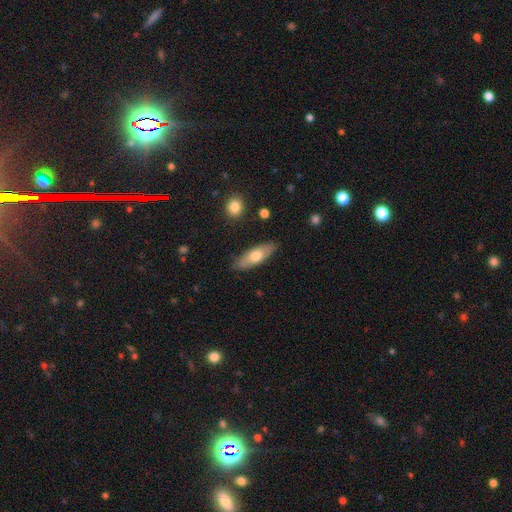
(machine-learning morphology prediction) Smooth or featured: smooth — 65% (featured or disk — 29%)
How rounded: in between — 62% (cigar-shaped — 36%)
Merging: none — 83% (minor disturbance — 13%)